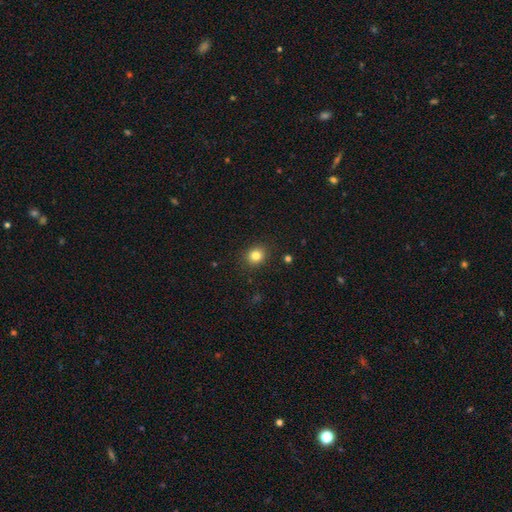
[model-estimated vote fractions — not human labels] A smooth galaxy with no disk features (83%) that is round (79%). Merging: none (89%).